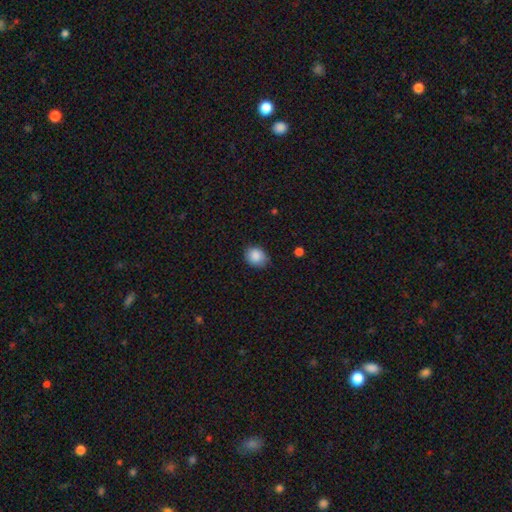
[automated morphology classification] Smooth or featured?
  - smooth: 87% *
  - star or artifact: 8%
  - featured or disk: 5%
How rounded?
  - round: 62% *
  - in between: 38%
  - cigar-shaped: 1%
Merging?
  - none: 76% *
  - minor disturbance: 20%
  - major disturbance: 3%
  - merger: 1%